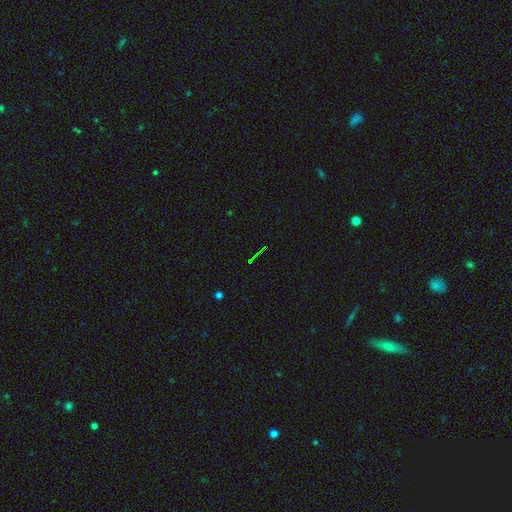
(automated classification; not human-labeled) The model was most divided on "smooth or featured": star or artifact: 75%, smooth: 13%, featured or disk: 12%.